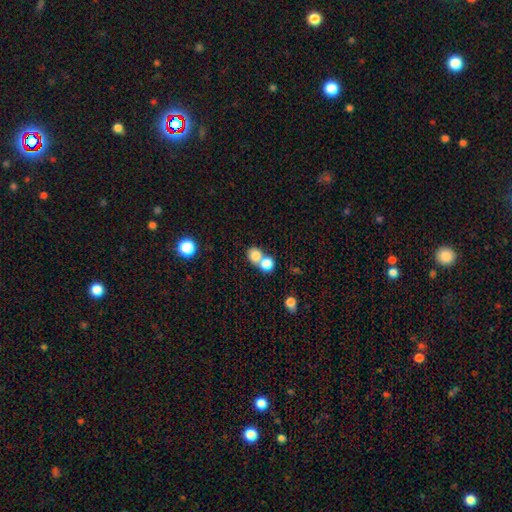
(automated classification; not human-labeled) Overall: smooth (79%). How rounded: round (75%). Merging: merger (55%; none 36%).